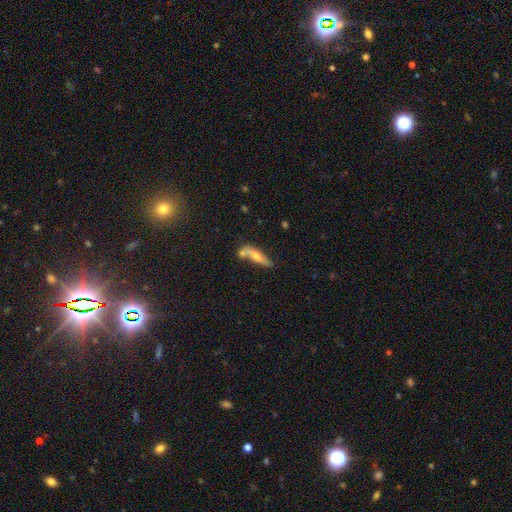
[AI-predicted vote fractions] Smooth or featured? Predicted: smooth (p=0.50). Merging? Predicted: none (p=0.55).